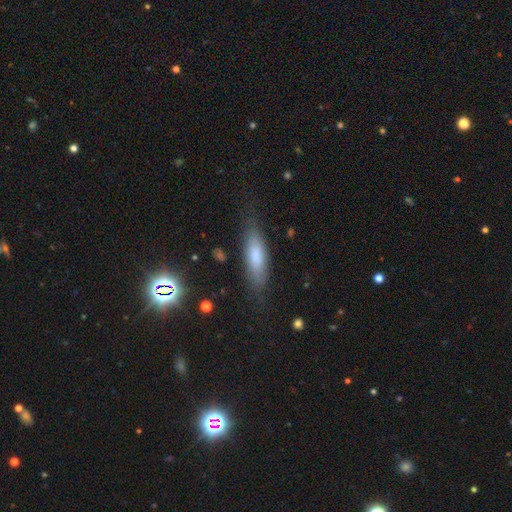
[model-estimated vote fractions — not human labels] A smooth galaxy with no disk features (73%) that is in between round and cigar-shaped (49%, tied with cigar-shaped). Merging: none (77%).